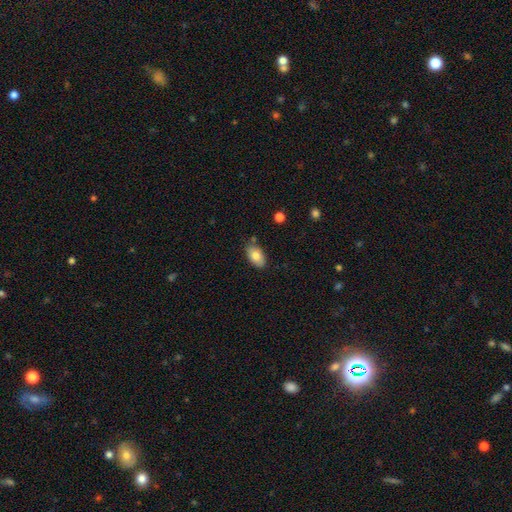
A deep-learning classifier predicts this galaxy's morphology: smooth 82%, featured or disk 11%, star or artifact 7%. Down the decision tree: how rounded — in between (93%); merging — none (79%).